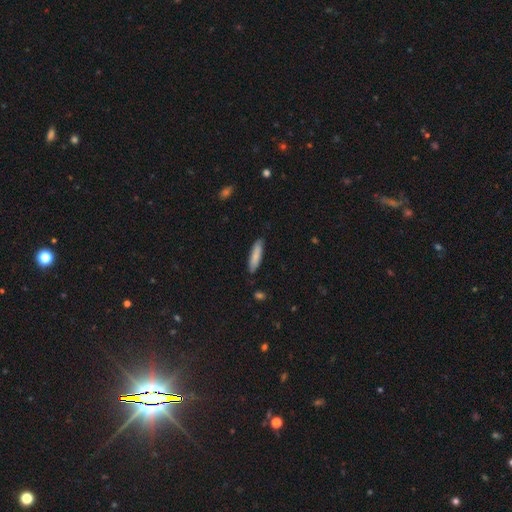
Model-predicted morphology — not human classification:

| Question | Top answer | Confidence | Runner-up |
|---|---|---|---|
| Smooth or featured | smooth | 81% | featured or disk (14%) |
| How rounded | cigar-shaped | 72% | in between (26%) |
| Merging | none | 84% | minor disturbance (12%) |